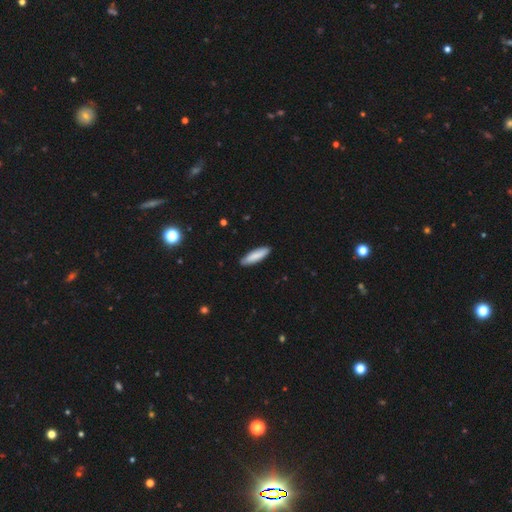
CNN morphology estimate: smooth_or_featured: smooth (p=0.85) [alt: featured or disk p=0.09]
how_rounded: cigar-shaped (p=0.66) [alt: in between p=0.32]
merging: none (p=0.89) [alt: minor disturbance p=0.08]